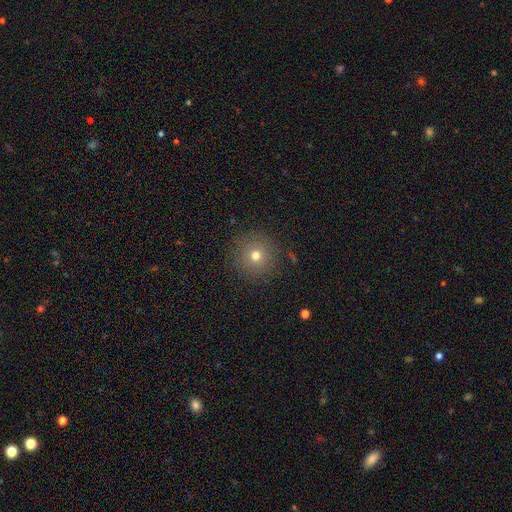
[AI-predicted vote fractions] A smooth galaxy with no disk features (71%) that is round (95%). Merging: none (88%).